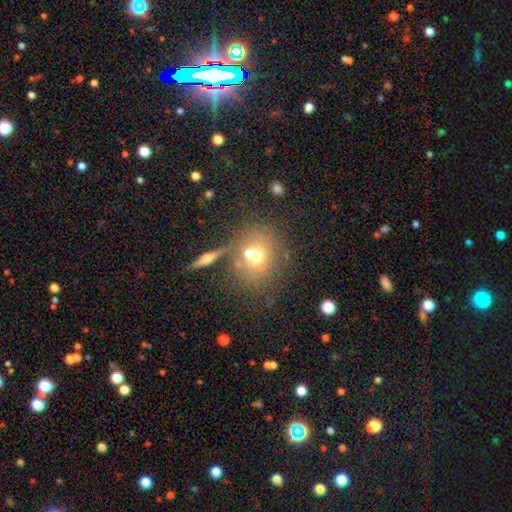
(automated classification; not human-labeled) Morphology: type=smooth (57%); roundness=round (70%); merging=none (52%).